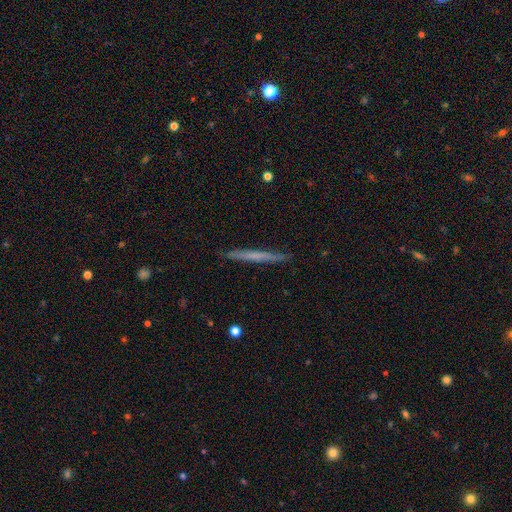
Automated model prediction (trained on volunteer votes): The model was most divided on "smooth or featured": smooth: 51%, featured or disk: 43%, star or artifact: 6%. More confident: how rounded — cigar-shaped (97%); merging — none (91%).